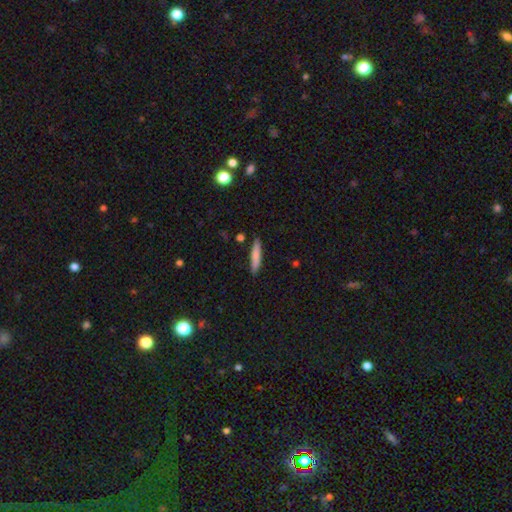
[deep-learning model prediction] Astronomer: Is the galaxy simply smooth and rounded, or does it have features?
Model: smooth — 78%.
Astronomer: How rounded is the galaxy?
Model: cigar-shaped — 89%.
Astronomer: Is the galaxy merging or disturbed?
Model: none — 88%.